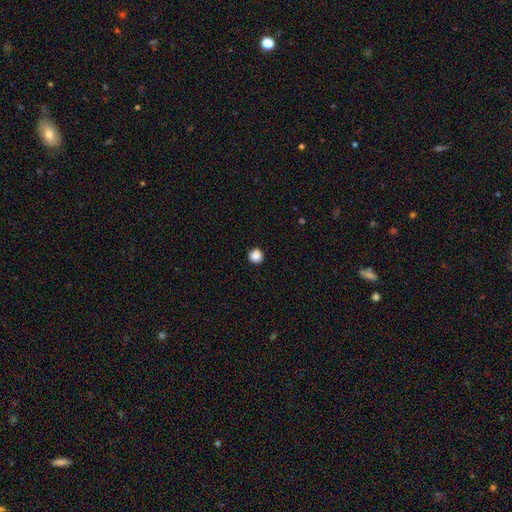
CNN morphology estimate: A smooth galaxy with no disk features (87%) that is round (94%). Merging: none (92%).